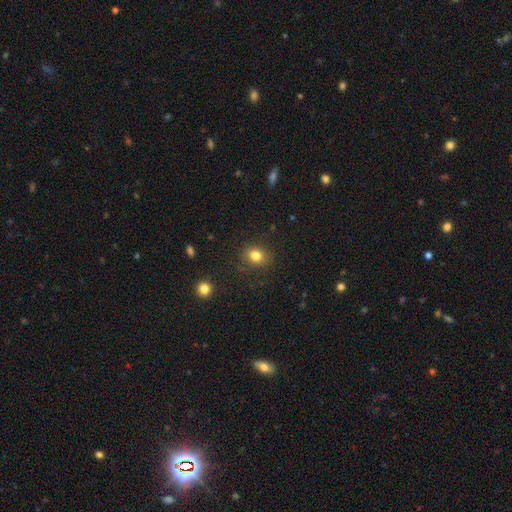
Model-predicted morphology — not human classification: This is clearly a smooth galaxy (81%). How rounded: likely round (61%). Merging: clearly none (85%).